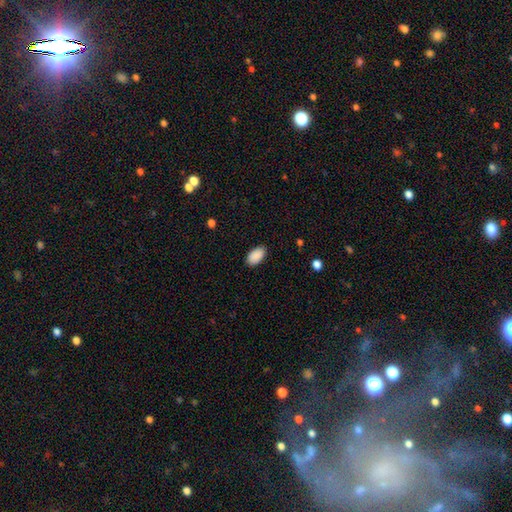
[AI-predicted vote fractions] A smooth galaxy with no disk features (91%) that is in between round and cigar-shaped (95%).

Vote fractions:
- Smooth or featured? smooth: 91% / star or artifact: 7% / featured or disk: 2%
- How rounded? in between: 95% / round: 4% / cigar-shaped: 2%
- Merging? none: 88% / minor disturbance: 9% / major disturbance: 2% / merger: 1%